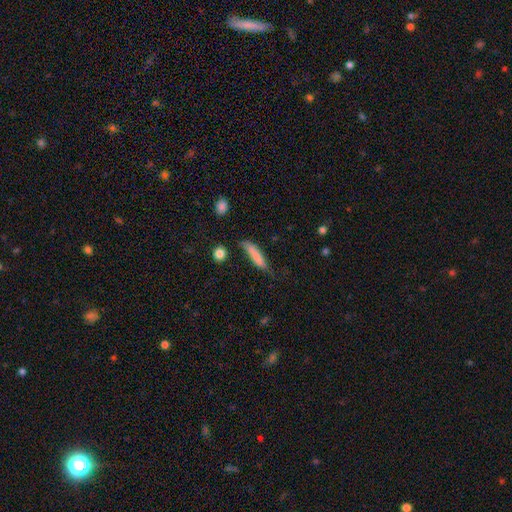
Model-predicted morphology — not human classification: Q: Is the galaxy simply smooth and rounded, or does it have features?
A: smooth — 78%.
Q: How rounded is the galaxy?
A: cigar-shaped — 78%.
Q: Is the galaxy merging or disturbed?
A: none — 51%.